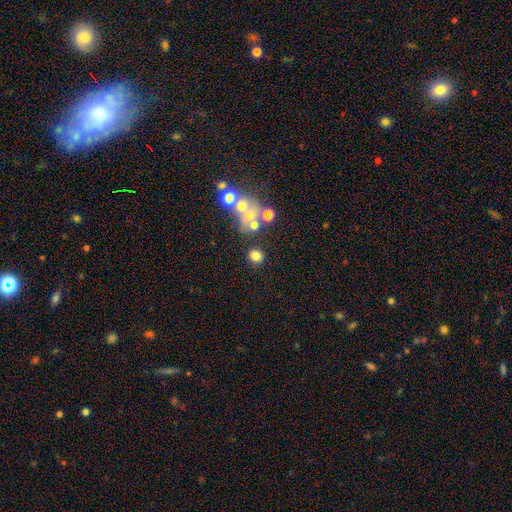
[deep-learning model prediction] The model was most divided on "how rounded": round: 73%, in between: 25%, cigar-shaped: 1%. More confident: smooth or featured — smooth (72%); merging — none (71%).